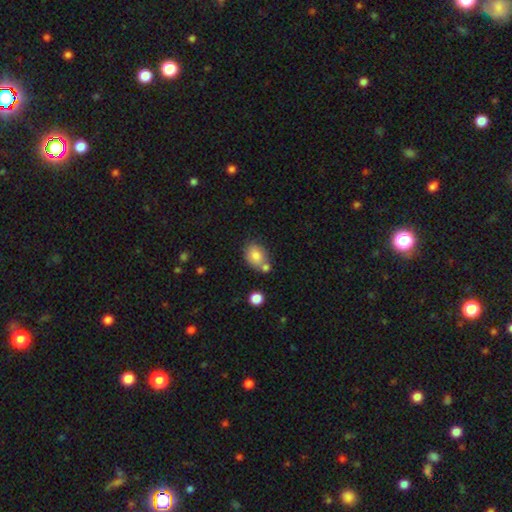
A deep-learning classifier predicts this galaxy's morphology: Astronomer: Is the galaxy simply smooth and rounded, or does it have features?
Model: smooth — 78%.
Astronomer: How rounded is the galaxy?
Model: in between — 70%.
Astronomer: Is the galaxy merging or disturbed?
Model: none — 55%.